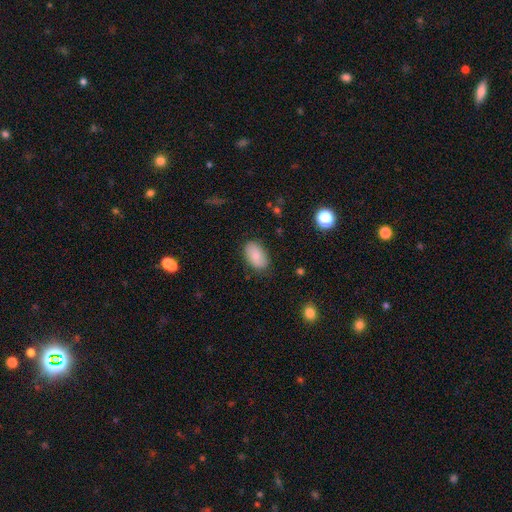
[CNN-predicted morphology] smooth-or-featured: smooth: 82% | featured or disk: 11% | star or artifact: 7%
  how-rounded: in between: 93% | round: 6% | cigar-shaped: 1%
  merging: none: 82% | minor disturbance: 14% | major disturbance: 3% | merger: 1%